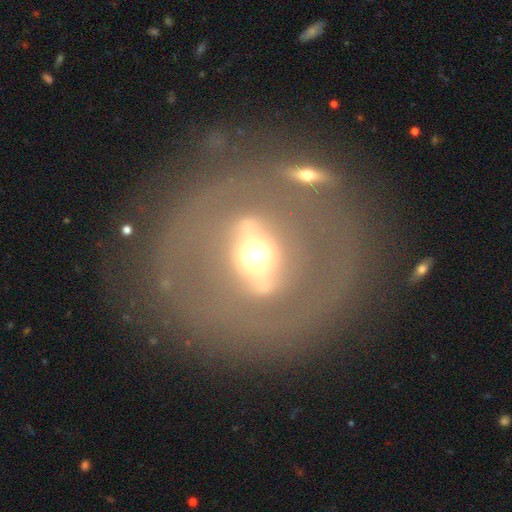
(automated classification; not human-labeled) Smooth or featured: featured or disk — 70% (smooth — 22%)
Edge-on disk: no — 80% (yes — 20%)
Bar: strong — 56% (weak — 25%)
Spiral arms: no — 81% (yes — 19%)
Bulge size: moderate — 66% (large — 16%)
Merging: none — 73% (minor disturbance — 11%)